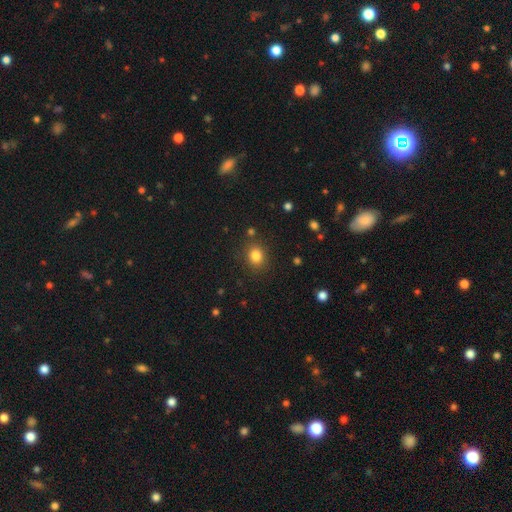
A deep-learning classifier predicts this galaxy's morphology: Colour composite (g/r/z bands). It shows a smooth galaxy with no disk features (82%) that is round (66%). Merging: none (84%).